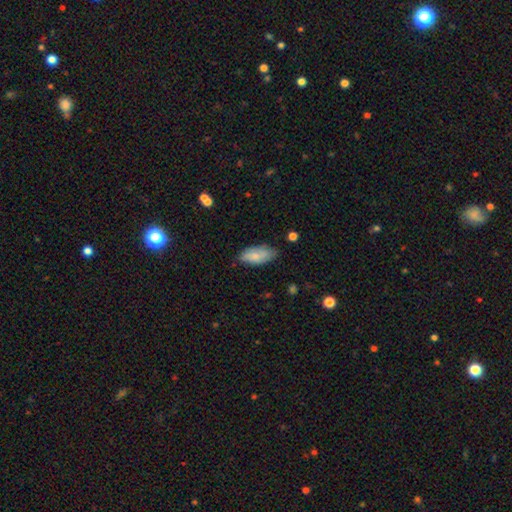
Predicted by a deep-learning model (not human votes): This appears to be a smooth galaxy with no disk features (74%) that is in between round and cigar-shaped (89%). Merging: none (69%).